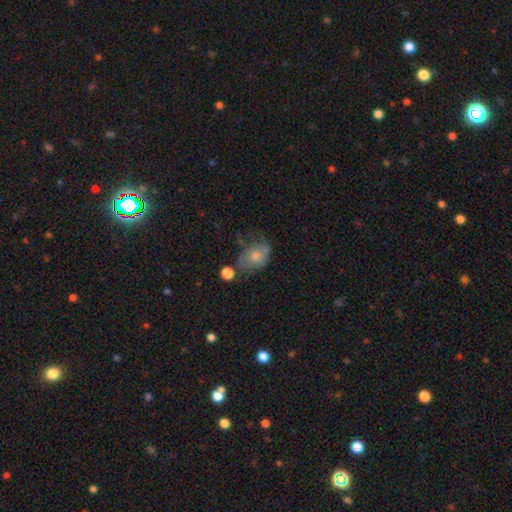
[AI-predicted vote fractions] A smooth galaxy with no disk features (64%) that is in between round and cigar-shaped (70%).

Vote fractions:
- Smooth or featured? smooth: 64% / featured or disk: 26% / star or artifact: 10%
- How rounded? in between: 70% / round: 29% / cigar-shaped: 1%
- Merging? none: 36% / minor disturbance: 29% / major disturbance: 23% / merger: 13%